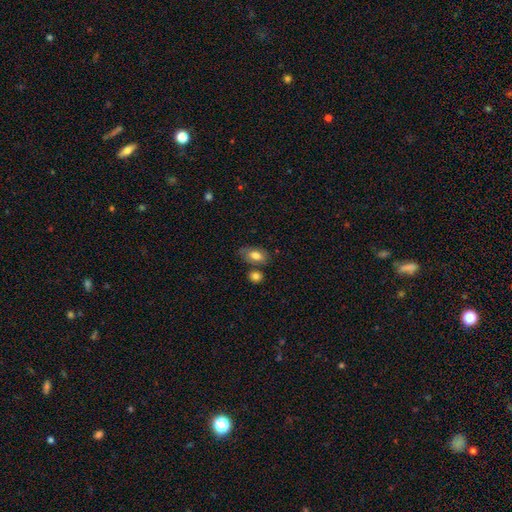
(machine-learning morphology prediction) smooth_or_featured: smooth (p=0.76) [alt: featured or disk p=0.17]
how_rounded: in between (p=0.89) [alt: round p=0.07]
merging: none (p=0.59) [alt: minor disturbance p=0.21]